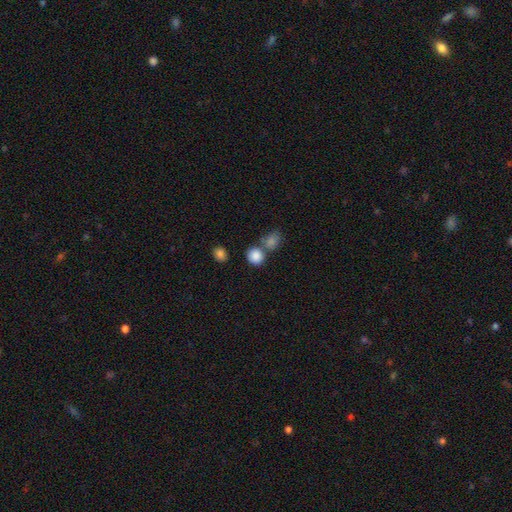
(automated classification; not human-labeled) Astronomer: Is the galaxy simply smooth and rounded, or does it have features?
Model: smooth — 85%.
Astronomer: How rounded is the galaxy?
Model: round — 79%.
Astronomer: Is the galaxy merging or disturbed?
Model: none — 58%.